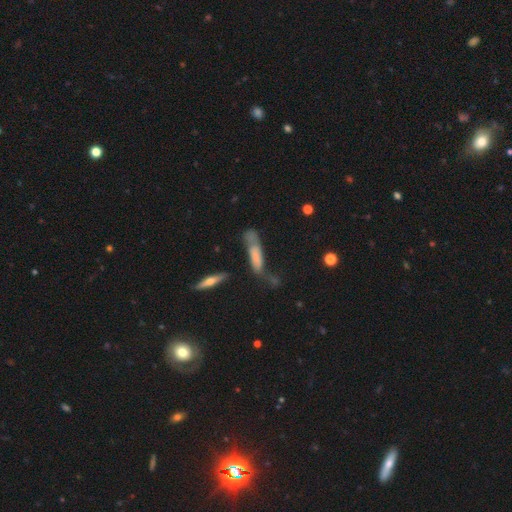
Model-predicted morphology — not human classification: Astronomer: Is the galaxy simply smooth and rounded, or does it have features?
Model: smooth — 62%.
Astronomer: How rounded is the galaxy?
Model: cigar-shaped — 69%.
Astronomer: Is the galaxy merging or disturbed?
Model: none — 37% (runner-up: minor disturbance, 27%).